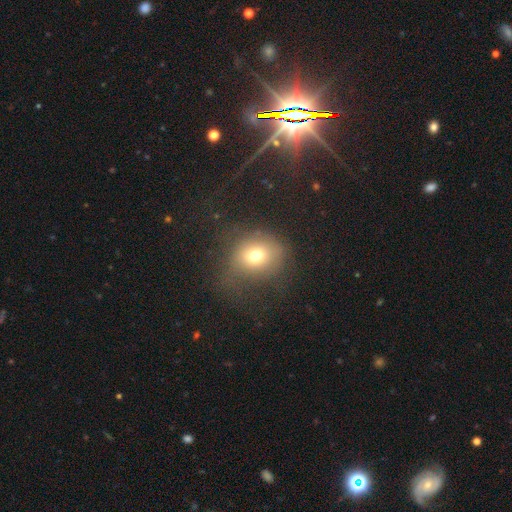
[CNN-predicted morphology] Overall: smooth (71%). How rounded: round (74%). Merging: none (62%).